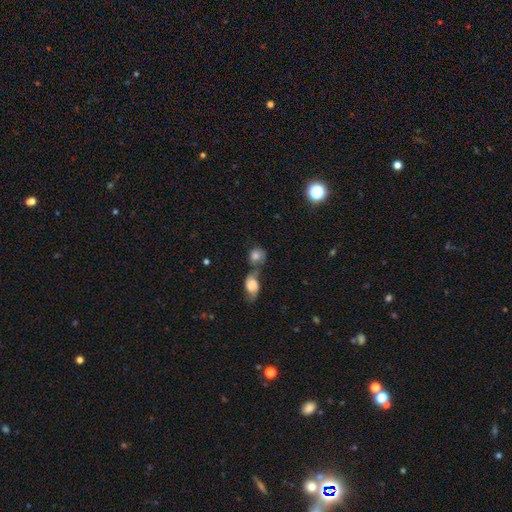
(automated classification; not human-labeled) smooth_or_featured: smooth (p=0.76) [alt: featured or disk p=0.14]
how_rounded: round (p=0.65) [alt: in between p=0.33]
merging: merger (p=0.50) [alt: none p=0.31]